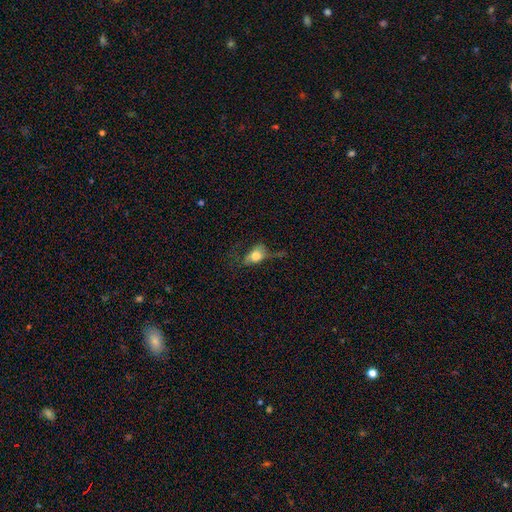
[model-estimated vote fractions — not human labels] smooth-or-featured: smooth: 61% | featured or disk: 30% | star or artifact: 9%
  how-rounded: in between: 74% | round: 20% | cigar-shaped: 6%
  merging: none: 36% | major disturbance: 35% | minor disturbance: 25% | merger: 4%